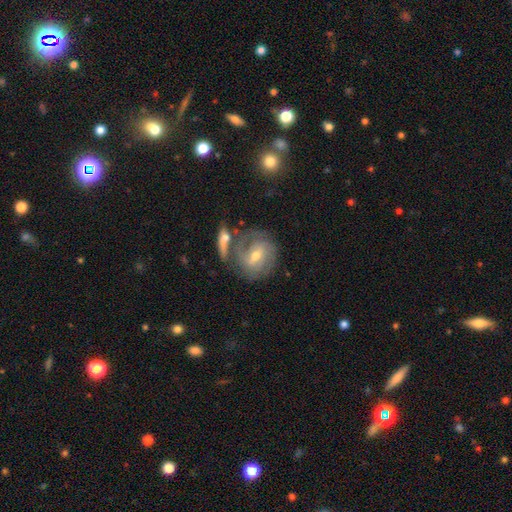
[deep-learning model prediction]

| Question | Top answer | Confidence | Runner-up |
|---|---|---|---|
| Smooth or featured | featured or disk | 73% | smooth (20%) |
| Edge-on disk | no | 95% | yes (5%) |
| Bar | weak | 49% | no (26%) |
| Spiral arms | yes | 84% | no (16%) |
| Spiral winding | tight | 52% | medium (36%) |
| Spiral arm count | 2 | 49% | can't tell (29%) |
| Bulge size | moderate | 57% | small (39%) |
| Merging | none | 55% | merger (20%) |